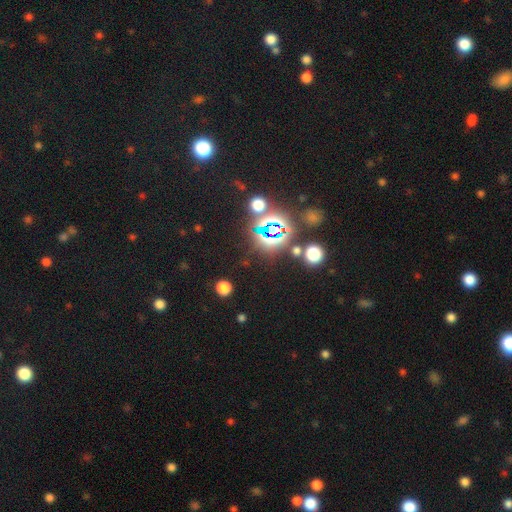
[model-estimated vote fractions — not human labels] A star or artifact, not a galaxy (78%).

Vote fractions:
- Smooth or featured? star or artifact: 78% / smooth: 14% / featured or disk: 8%